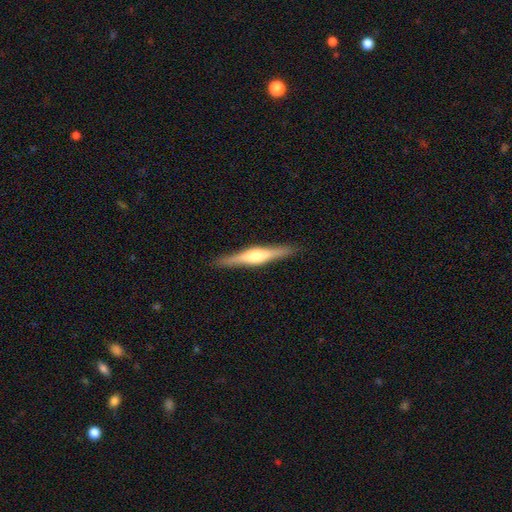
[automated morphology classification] Smooth or featured? Predicted: featured or disk (p=0.72). Edge-on disk? Predicted: yes (p=0.98). Edge-on bulge? Predicted: rounded (p=0.84). Merging? Predicted: none (p=0.90).